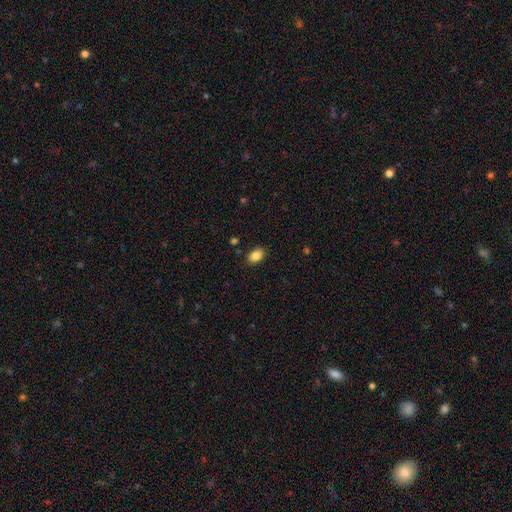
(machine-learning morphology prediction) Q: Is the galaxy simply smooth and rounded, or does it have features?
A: smooth — 86%.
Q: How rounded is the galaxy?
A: in between — 86%.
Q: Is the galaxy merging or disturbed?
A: none — 86%.